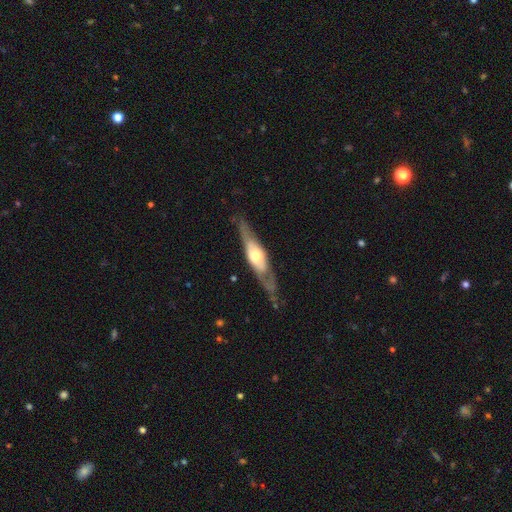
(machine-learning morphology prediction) A featured or disk galaxy (68%) viewed edge-on (67%). Merging: none (74%).